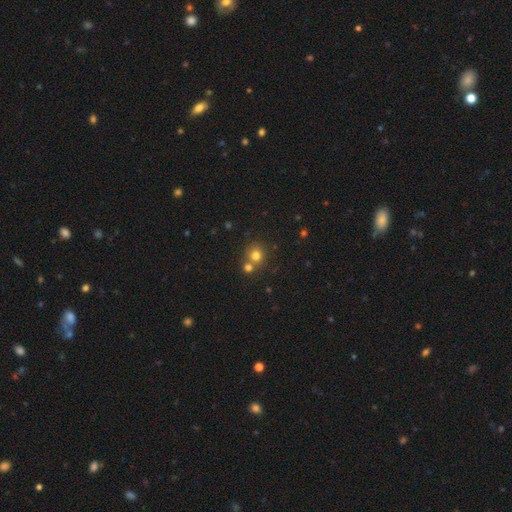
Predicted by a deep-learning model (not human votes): The model was most divided on "merging": none: 58%, merger: 33%, minor disturbance: 7%, major disturbance: 3%. More confident: how rounded — round (88%); smooth or featured — smooth (76%).